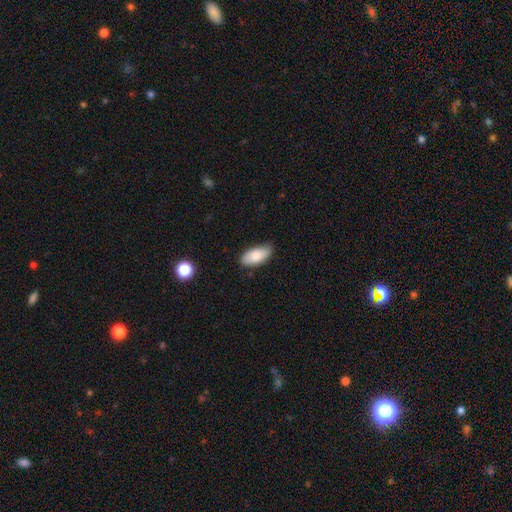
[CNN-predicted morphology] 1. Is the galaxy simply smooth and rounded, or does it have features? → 83% smooth, 10% featured or disk, 7% star or artifact.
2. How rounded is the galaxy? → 92% in between, 6% cigar-shaped, 2% round.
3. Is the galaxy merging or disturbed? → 76% none, 19% minor disturbance, 3% major disturbance, 1% merger.